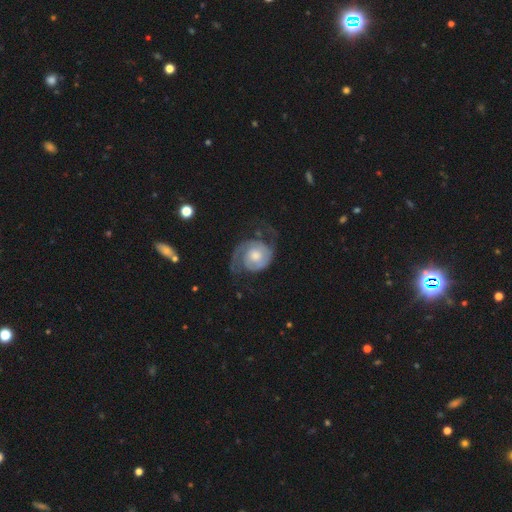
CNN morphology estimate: Smooth or featured?
  - featured or disk: 83% *
  - smooth: 12%
  - star or artifact: 5%
Edge-on disk?
  - no: 98% *
  - yes: 2%
Bar?
  - no: 74% *
  - weak: 22%
  - strong: 4%
Spiral arms?
  - yes: 95% *
  - no: 5%
Spiral winding?
  - medium: 41% *
  - tight: 37%
  - loose: 22%
Spiral arm count?
  - 2: 82% *
  - 1: 8%
  - can't tell: 5%
  - 3: 2%
  - 4: 1%
  - more than 4: 1%
Bulge size?
  - moderate: 57% *
  - large: 20%
  - small: 17%
  - none: 4%
  - dominant: 2%
Merging?
  - none: 58% *
  - major disturbance: 21%
  - minor disturbance: 20%
  - merger: 2%